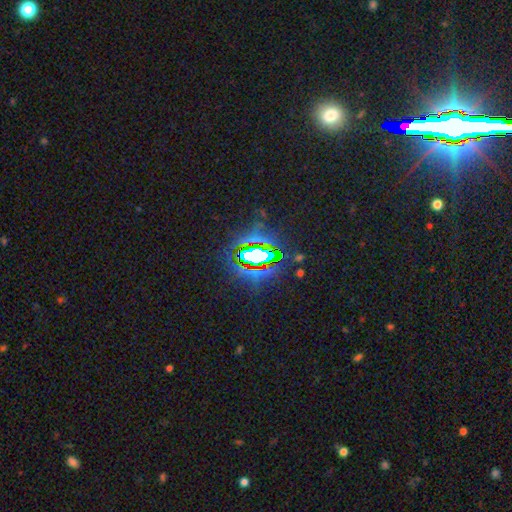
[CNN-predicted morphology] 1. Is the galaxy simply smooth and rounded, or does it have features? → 68% star or artifact, 18% smooth, 14% featured or disk.